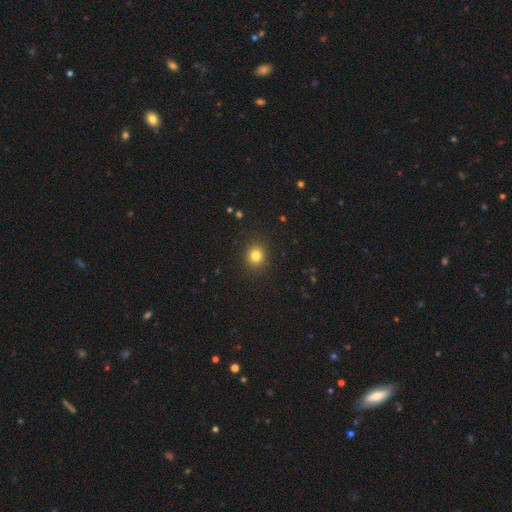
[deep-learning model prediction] smooth-or-featured: smooth: 81% | star or artifact: 13% | featured or disk: 6%
  how-rounded: round: 77% | in between: 22% | cigar-shaped: 1%
  merging: none: 89% | minor disturbance: 7% | major disturbance: 2% | merger: 1%